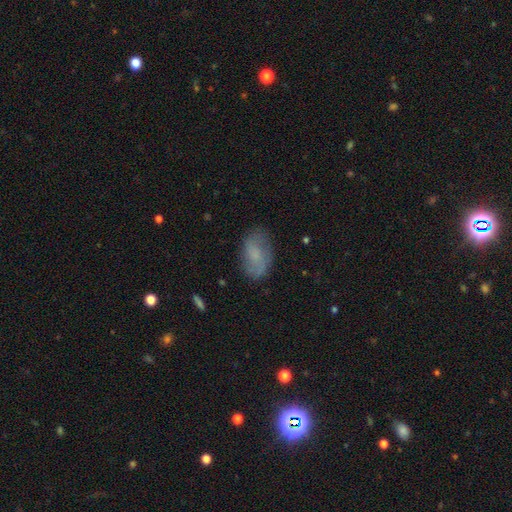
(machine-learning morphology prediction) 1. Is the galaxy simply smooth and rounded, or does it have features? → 59% smooth, 32% featured or disk, 9% star or artifact.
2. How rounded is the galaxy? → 91% in between, 7% round, 2% cigar-shaped.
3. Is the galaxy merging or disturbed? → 71% none, 21% minor disturbance, 7% major disturbance, 2% merger.